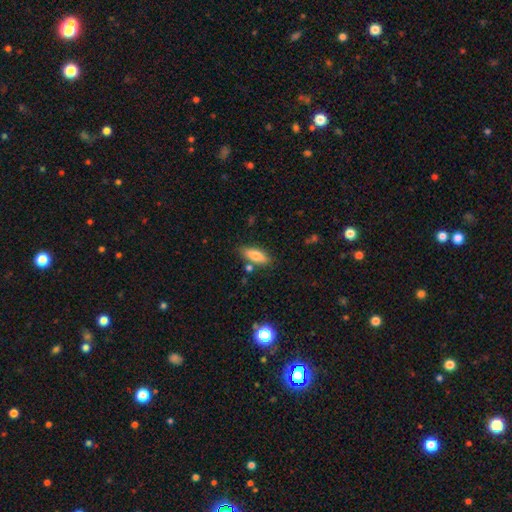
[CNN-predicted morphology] This appears to be a smooth galaxy with no disk features (79%) that is in between round and cigar-shaped (71%). Merging: none (79%).